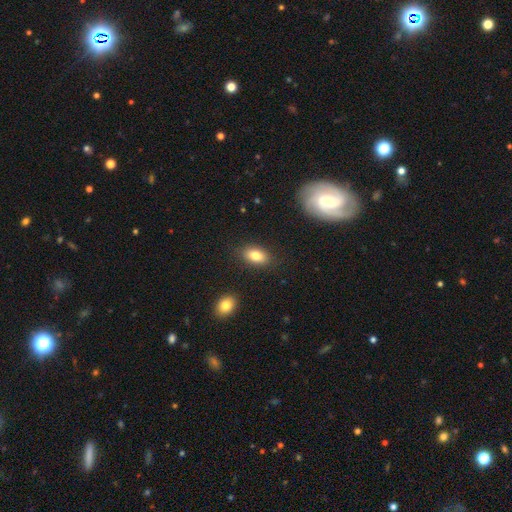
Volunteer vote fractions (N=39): Smooth or featured? smooth (82%)
How rounded? in between (97%)
Merging? none (97%)